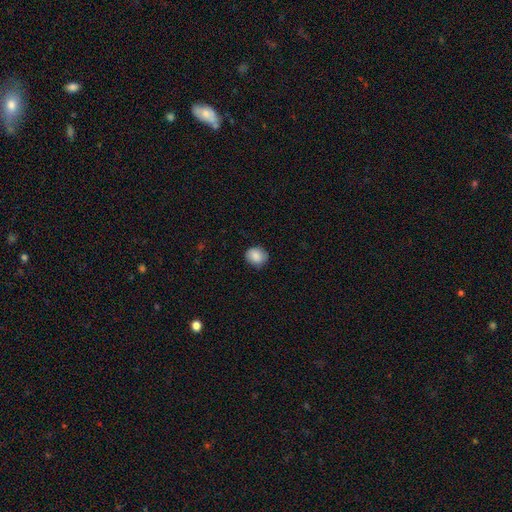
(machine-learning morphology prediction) Smooth or featured? smooth (87%)
How rounded? round (68%)
Merging? none (82%)